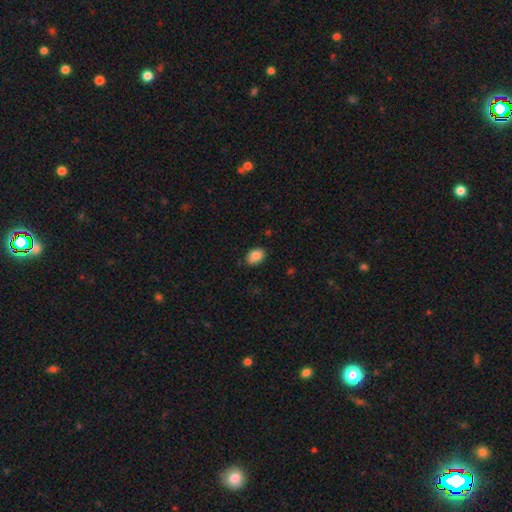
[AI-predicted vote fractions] Smooth or featured? smooth (86%)
How rounded? in between (81%)
Merging? none (81%)